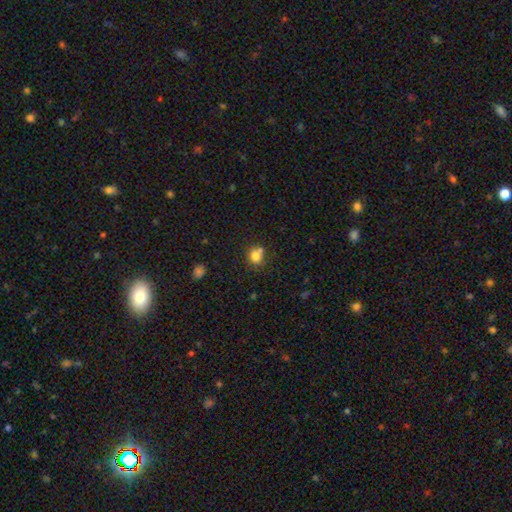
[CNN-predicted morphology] This appears to be a smooth galaxy with no disk features (79%) that is round (78%). Merging: none (59%).